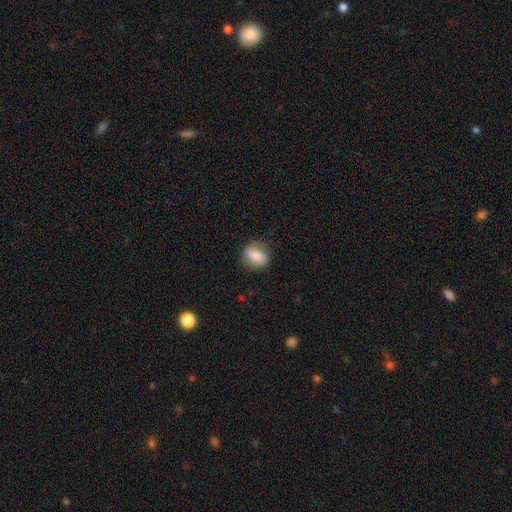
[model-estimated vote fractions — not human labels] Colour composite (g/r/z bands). It shows a smooth galaxy with no disk features (75%) that is in between round and cigar-shaped (55%). Merging: none (71%).